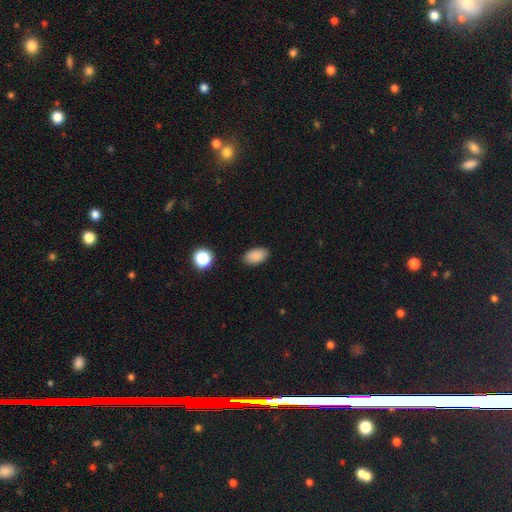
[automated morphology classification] This is clearly a smooth galaxy (87%). How rounded: clearly in between (91%). Merging: clearly none (87%).